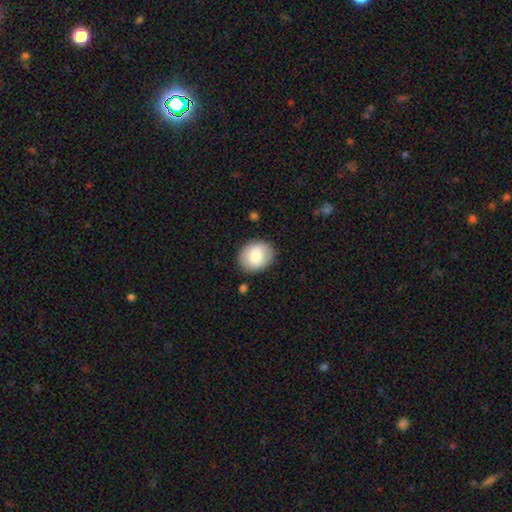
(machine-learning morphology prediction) A smooth galaxy with no disk features (79%) that is in between round and cigar-shaped (52%). Merging: none (85%).